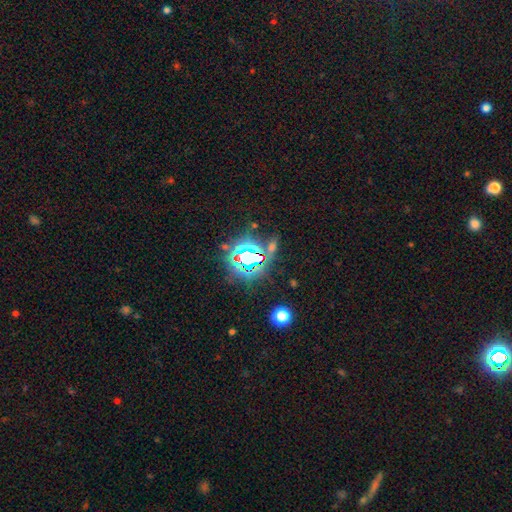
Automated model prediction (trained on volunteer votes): smooth-or-featured: star or artifact: 79% | smooth: 12% | featured or disk: 9%